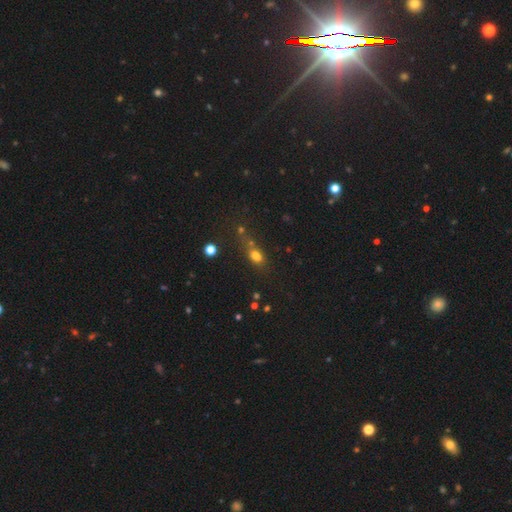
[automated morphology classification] Smooth or featured? Predicted: smooth (p=0.71). How rounded? Predicted: in between (p=0.63). Merging? Predicted: none (p=0.41).